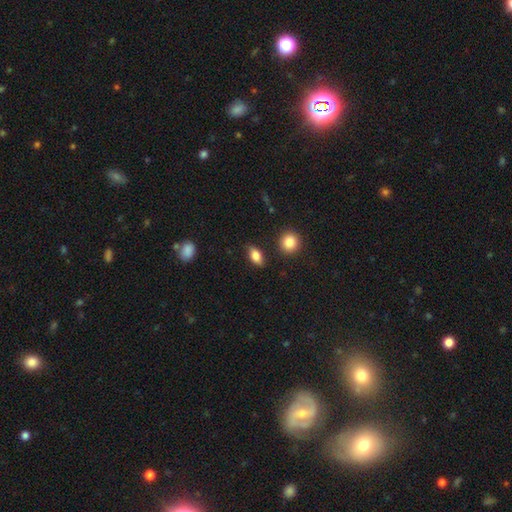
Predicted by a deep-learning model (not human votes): Overall: smooth (82%). How rounded: in between (84%). Merging: none (83%).